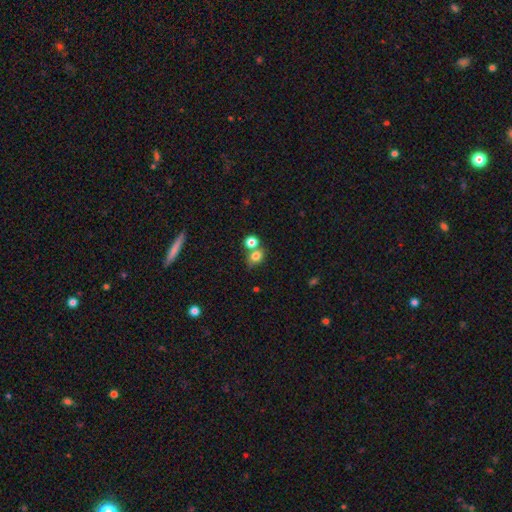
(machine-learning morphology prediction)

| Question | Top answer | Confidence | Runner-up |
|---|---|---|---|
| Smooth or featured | smooth | 79% | star or artifact (12%) |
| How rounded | round | 53% | in between (46%) |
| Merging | none | 47% | merger (39%) |